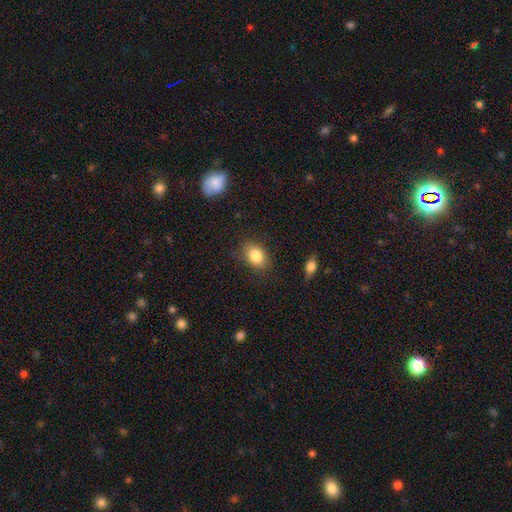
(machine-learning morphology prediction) Overall: smooth (83%). How rounded: in between (78%). Merging: none (82%).